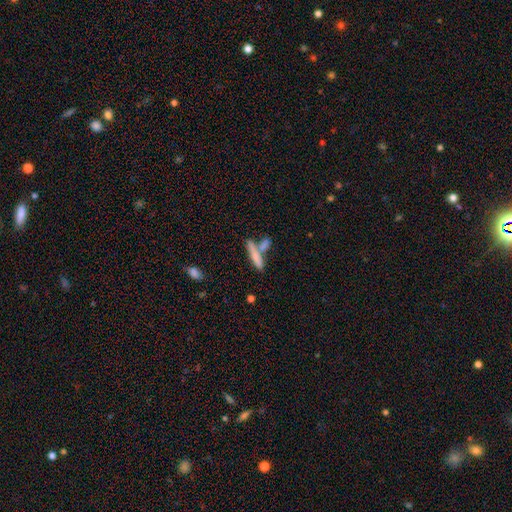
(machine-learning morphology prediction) Smooth or featured? Predicted: smooth (p=0.71). How rounded? Predicted: cigar-shaped (p=0.82). Merging? Predicted: none (p=0.51).